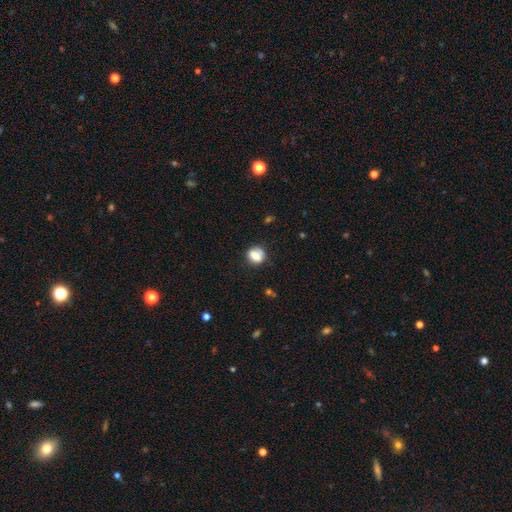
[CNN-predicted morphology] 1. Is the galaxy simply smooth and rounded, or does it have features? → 70% smooth, 19% featured or disk, 11% star or artifact.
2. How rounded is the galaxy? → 60% round, 37% in between, 3% cigar-shaped.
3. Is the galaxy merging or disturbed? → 61% none, 21% minor disturbance, 10% merger, 8% major disturbance.